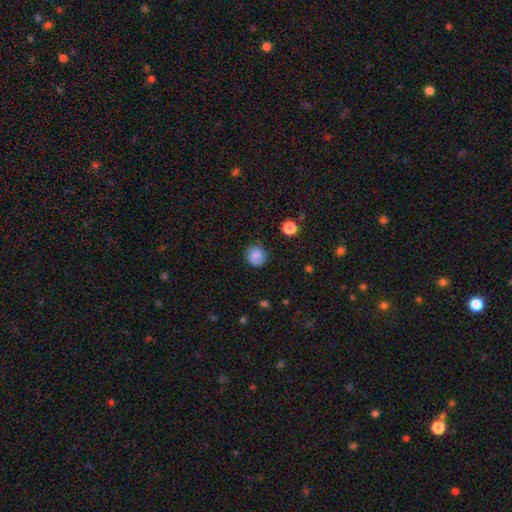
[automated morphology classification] smooth-or-featured: smooth: 79% | featured or disk: 11% | star or artifact: 10%
  how-rounded: round: 85% | in between: 14% | cigar-shaped: 1%
  merging: none: 78% | minor disturbance: 16% | major disturbance: 4% | merger: 2%